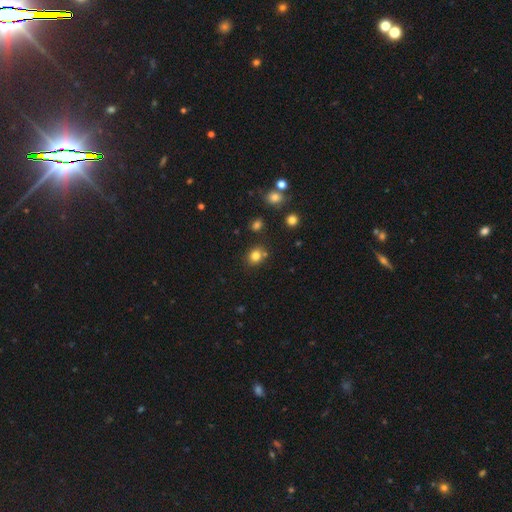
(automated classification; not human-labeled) smooth_or_featured: smooth (p=0.80) [alt: star or artifact p=0.13]
how_rounded: round (p=0.65) [alt: in between p=0.34]
merging: none (p=0.76) [alt: minor disturbance p=0.12]